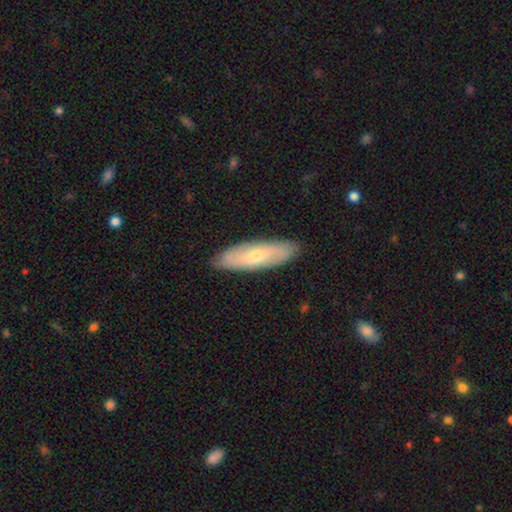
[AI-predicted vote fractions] smooth_or_featured: smooth (p=0.48) [alt: featured or disk p=0.46]
merging: none (p=0.89) [alt: minor disturbance p=0.09]